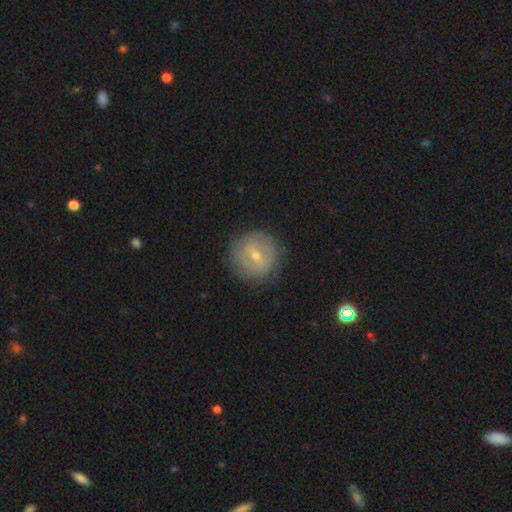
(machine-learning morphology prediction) A featured or disk galaxy (64%) with a weak bar (48%), spiral arms (71%) and a small central bulge (51%). Merging: none (81%).